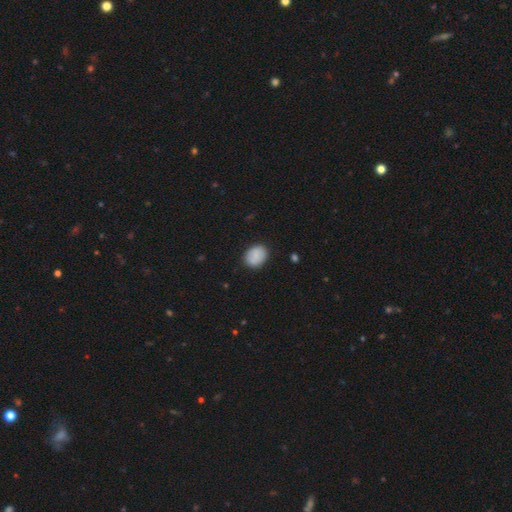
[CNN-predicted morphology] smooth-or-featured: smooth: 86% | star or artifact: 7% | featured or disk: 7%
  how-rounded: in between: 59% | round: 40% | cigar-shaped: 1%
  merging: none: 84% | minor disturbance: 12% | major disturbance: 3% | merger: 1%